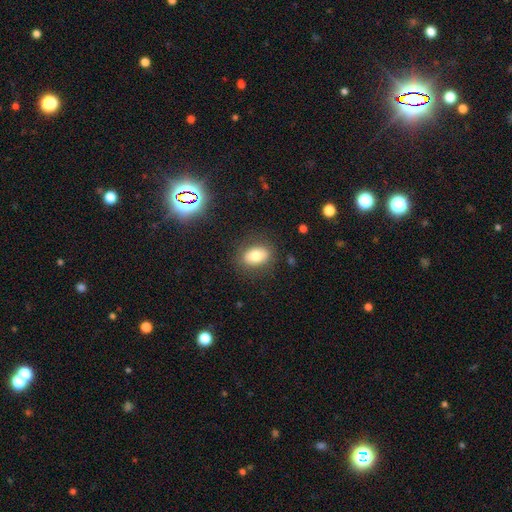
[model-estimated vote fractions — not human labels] smooth_or_featured: smooth (p=0.74) [alt: featured or disk p=0.16]
how_rounded: in between (p=0.78) [alt: round p=0.21]
merging: none (p=0.83) [alt: minor disturbance p=0.12]